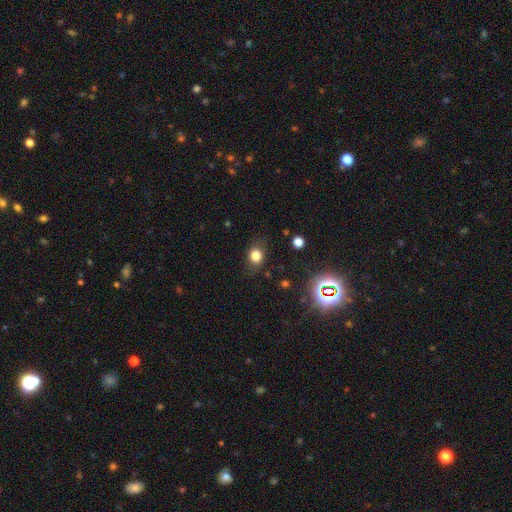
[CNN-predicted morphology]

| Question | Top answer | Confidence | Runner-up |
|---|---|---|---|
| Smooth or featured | smooth | 79% | star or artifact (14%) |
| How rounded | round | 60% | in between (39%) |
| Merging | none | 77% | minor disturbance (16%) |